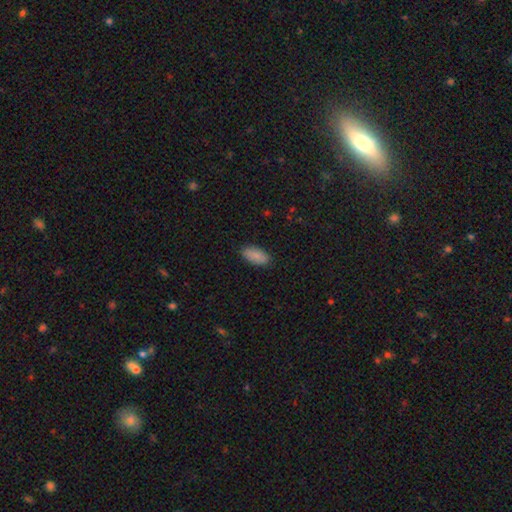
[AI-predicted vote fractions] Smooth or featured? Predicted: smooth (p=0.87). How rounded? Predicted: in between (p=0.93). Merging? Predicted: none (p=0.88).